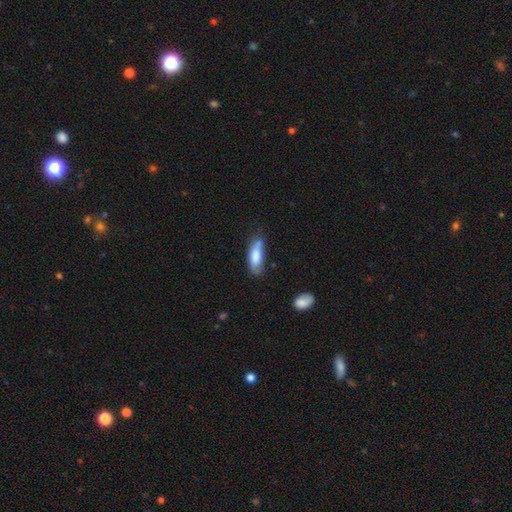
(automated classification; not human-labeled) Morphology: type=smooth (78%); roundness=in between (58%); merging=none (49%).